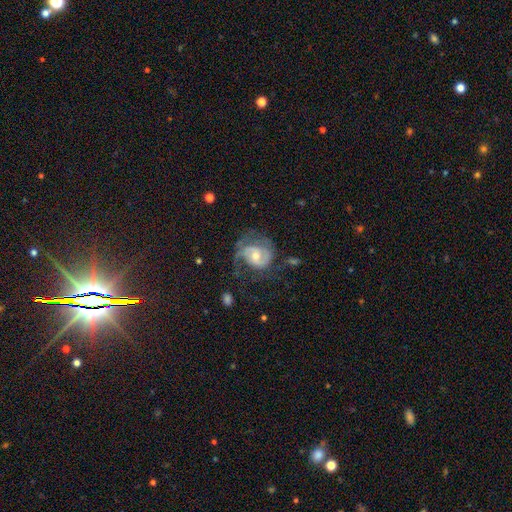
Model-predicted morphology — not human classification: A featured or disk galaxy (80%) with no bar (53%), 2 (66%) medium (46%) spiral arms (93%) and a moderate central bulge (53%). Merging: none (51%).